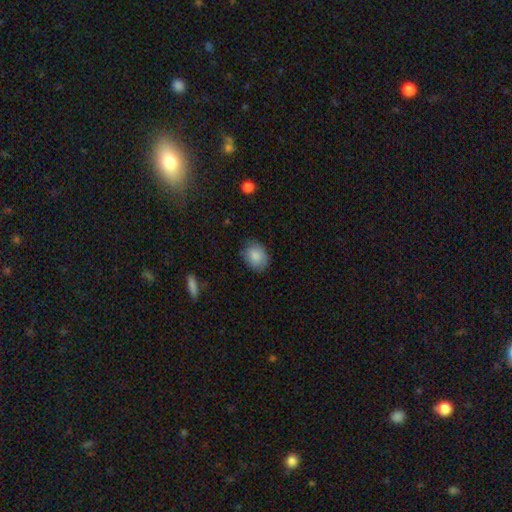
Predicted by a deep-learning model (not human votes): smooth_or_featured: smooth (p=0.86) [alt: featured or disk p=0.07]
how_rounded: in between (p=0.61) [alt: round p=0.38]
merging: none (p=0.77) [alt: minor disturbance p=0.18]